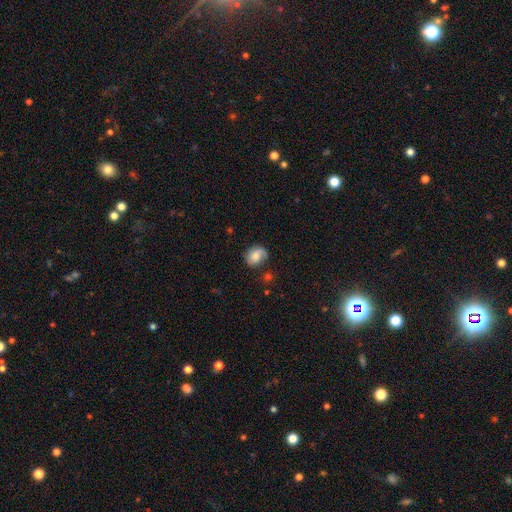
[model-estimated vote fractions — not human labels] Q: Smooth or featured?
A: smooth (60%); runner-up: featured or disk (31%)
Q: How rounded?
A: round (52%); runner-up: in between (47%)
Q: Merging?
A: none (64%); runner-up: minor disturbance (25%)